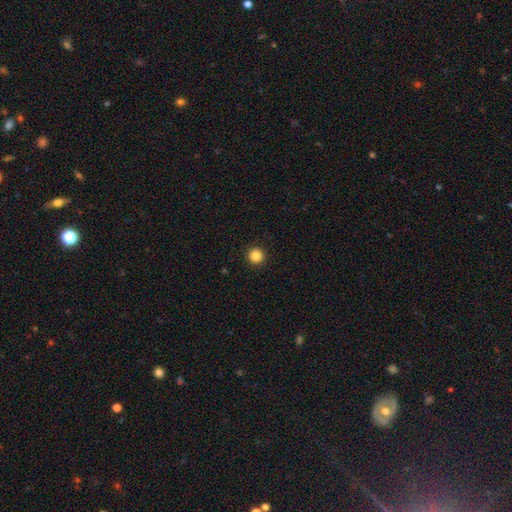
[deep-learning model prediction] smooth-or-featured: smooth: 86% | star or artifact: 11% | featured or disk: 3%
  how-rounded: round: 96% | in between: 3% | cigar-shaped: 1%
  merging: none: 94% | minor disturbance: 4% | major disturbance: 1% | merger: 1%